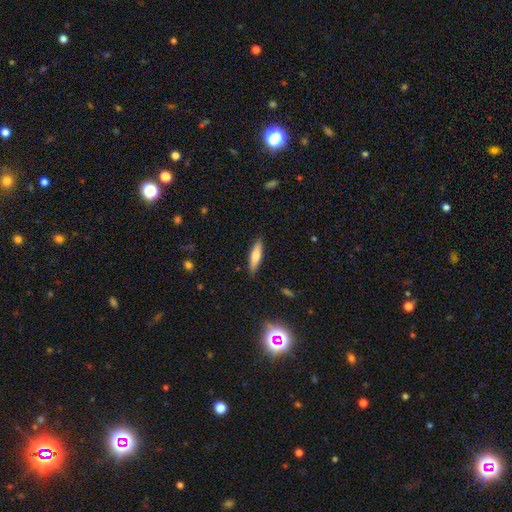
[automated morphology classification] Overall: smooth (68%). How rounded: cigar-shaped (67%; in between 31%). Merging: none (88%).